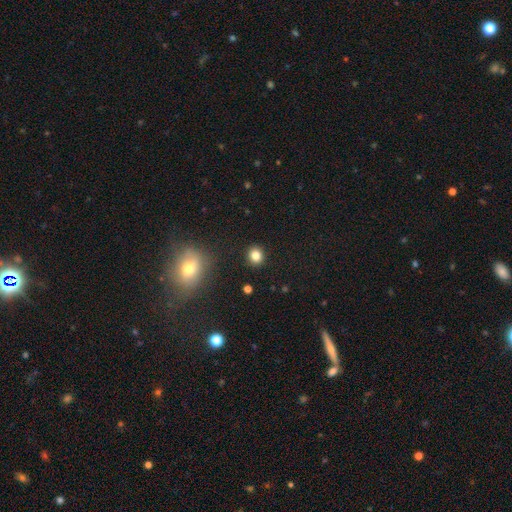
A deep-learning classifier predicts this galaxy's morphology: Q: Smooth or featured?
A: smooth (82%); runner-up: star or artifact (12%)
Q: How rounded?
A: round (80%); runner-up: in between (19%)
Q: Merging?
A: none (91%); runner-up: minor disturbance (6%)